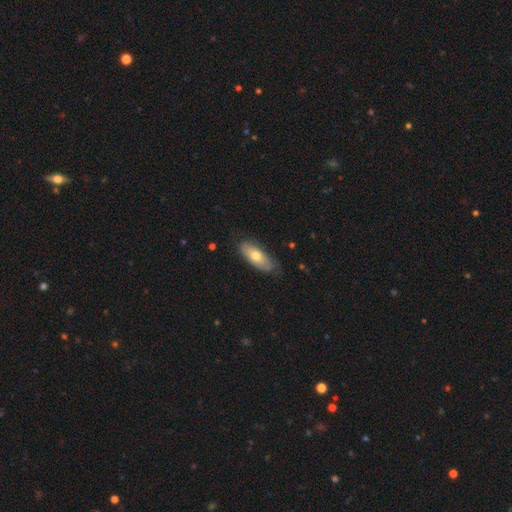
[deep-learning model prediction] The model was most divided on "smooth or featured": smooth: 64%, featured or disk: 30%, star or artifact: 6%. More confident: how rounded — in between (80%); merging — none (68%).